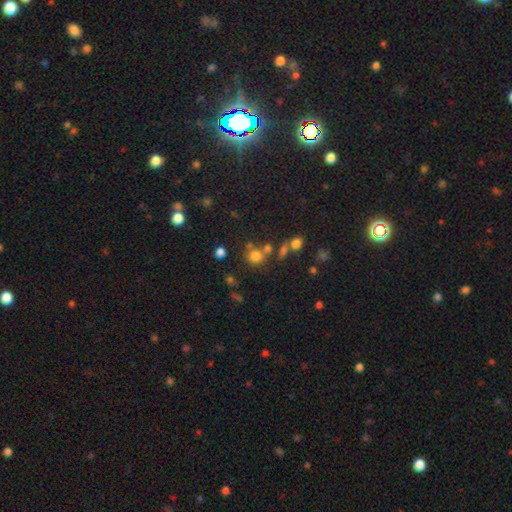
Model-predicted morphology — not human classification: This appears to be a smooth galaxy with no disk features (73%) that is round (84%). Merging: none (61%).